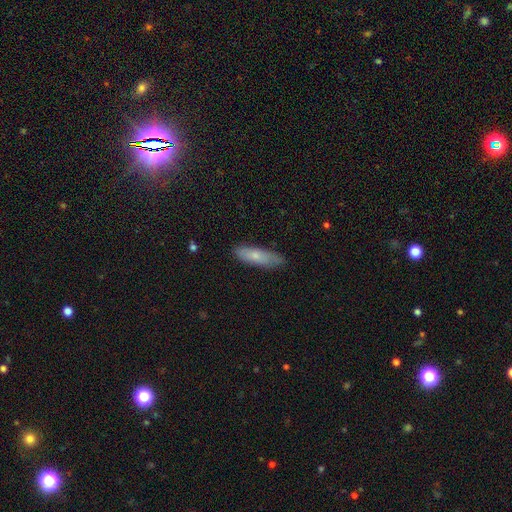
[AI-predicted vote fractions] Smooth or featured? smooth (71%)
How rounded? cigar-shaped (65%)
Merging? none (80%)